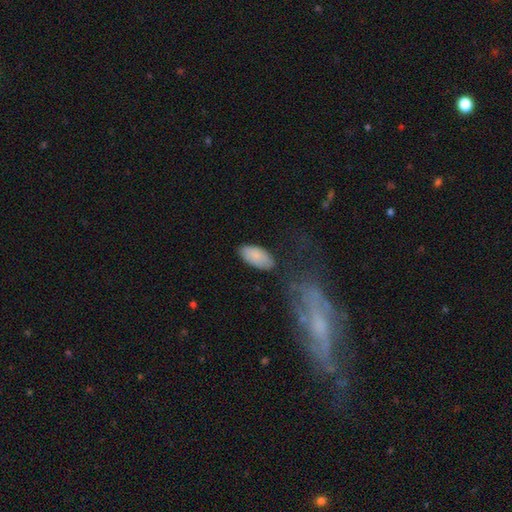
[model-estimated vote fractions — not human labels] Smooth or featured? Predicted: smooth (p=0.84). How rounded? Predicted: in between (p=0.94). Merging? Predicted: none (p=0.79).